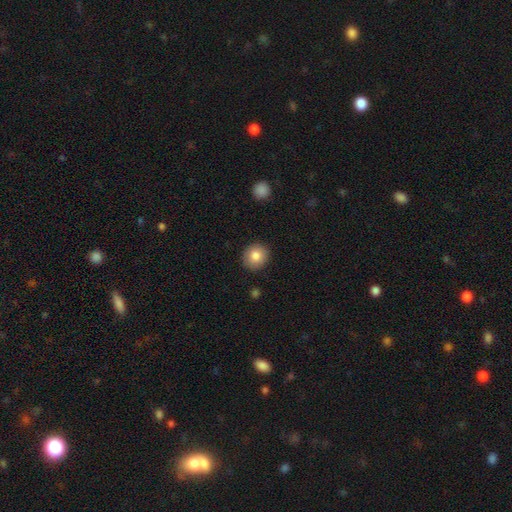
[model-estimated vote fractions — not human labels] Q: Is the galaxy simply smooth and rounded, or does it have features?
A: smooth — 83%.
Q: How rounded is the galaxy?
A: round — 85%.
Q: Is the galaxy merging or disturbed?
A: none — 90%.